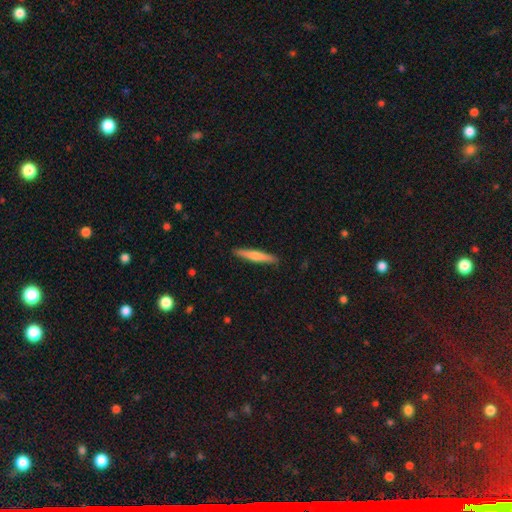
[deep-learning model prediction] This appears to be a smooth galaxy with no disk features (62%) that is cigar-shaped (93%). Merging: none (90%).